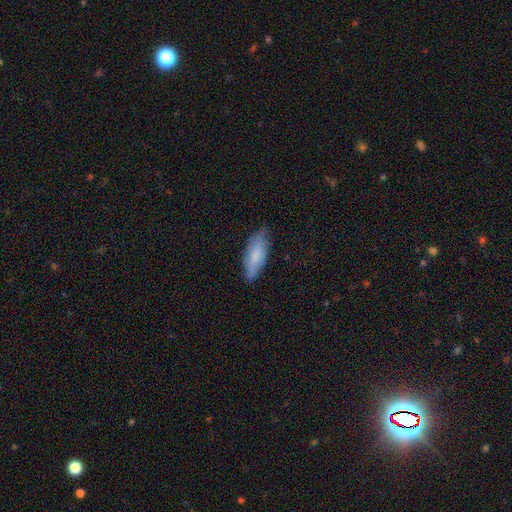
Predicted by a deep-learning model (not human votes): A smooth galaxy with no disk features (76%) that is in between round and cigar-shaped (64%). Merging: none (76%).